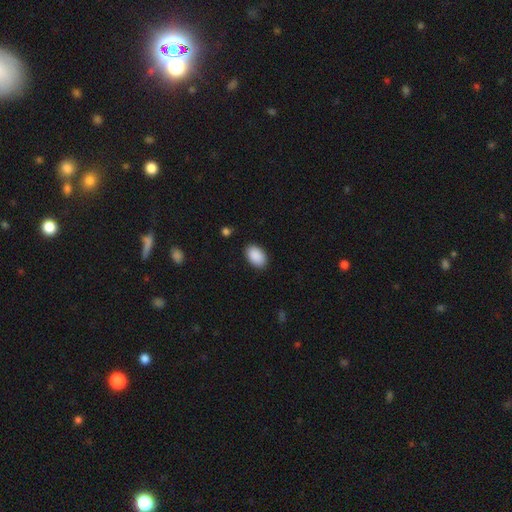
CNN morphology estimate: Smooth or featured?
  - smooth: 91% *
  - star or artifact: 6%
  - featured or disk: 3%
How rounded?
  - in between: 92% *
  - round: 7%
  - cigar-shaped: 1%
Merging?
  - none: 88% *
  - minor disturbance: 9%
  - major disturbance: 2%
  - merger: 1%